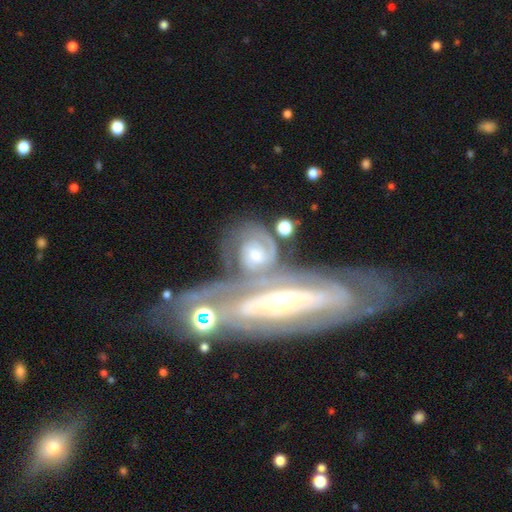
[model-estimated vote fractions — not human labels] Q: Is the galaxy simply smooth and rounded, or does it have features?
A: featured or disk — 76%.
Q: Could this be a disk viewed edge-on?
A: no — 87%.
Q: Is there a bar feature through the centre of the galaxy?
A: no — 65%.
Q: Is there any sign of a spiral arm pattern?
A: yes — 81%.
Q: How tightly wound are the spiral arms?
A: tight — 66%.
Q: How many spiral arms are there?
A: can't tell — 39%.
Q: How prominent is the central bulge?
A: moderate — 51%.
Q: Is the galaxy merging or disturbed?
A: merger — 54%.